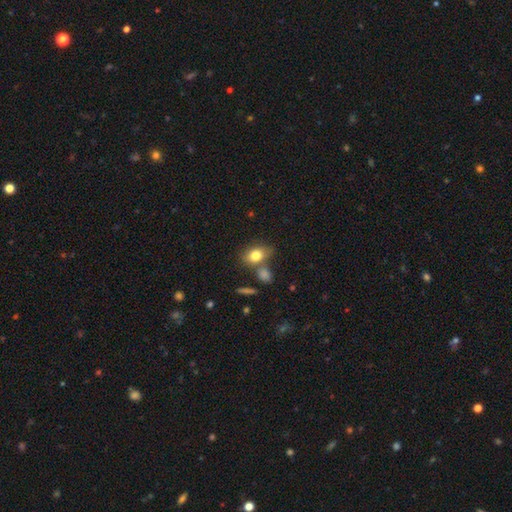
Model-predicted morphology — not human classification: smooth_or_featured: smooth (p=0.79) [alt: featured or disk p=0.12]
how_rounded: in between (p=0.76) [alt: round p=0.22]
merging: none (p=0.60) [alt: merger p=0.20]